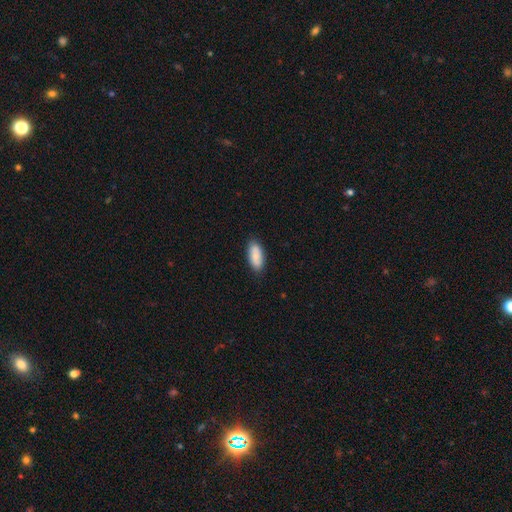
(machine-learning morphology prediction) Q: Smooth or featured?
A: smooth (83%); runner-up: featured or disk (11%)
Q: How rounded?
A: in between (86%); runner-up: cigar-shaped (12%)
Q: Merging?
A: none (84%); runner-up: minor disturbance (12%)